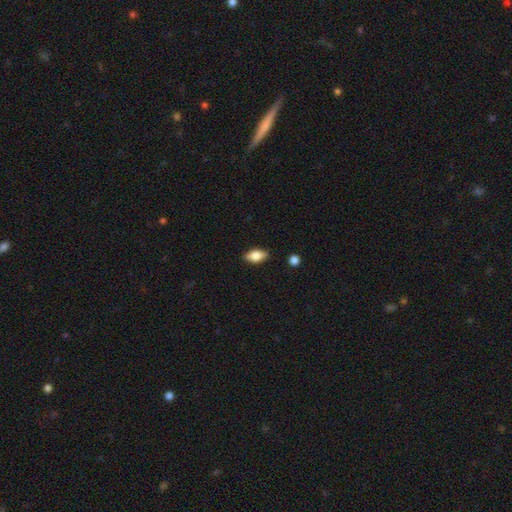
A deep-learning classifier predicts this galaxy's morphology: Overall: smooth (68%). How rounded: in between (86%). Merging: none (85%).